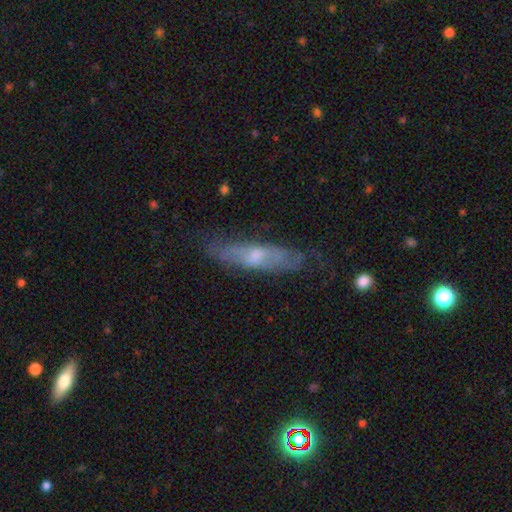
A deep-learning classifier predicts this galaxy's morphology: smooth_or_featured: featured or disk (p=0.52) [alt: smooth p=0.41]
disk_edge_on: no (p=0.51) [alt: yes p=0.49]
merging: none (p=0.65) [alt: minor disturbance p=0.24]